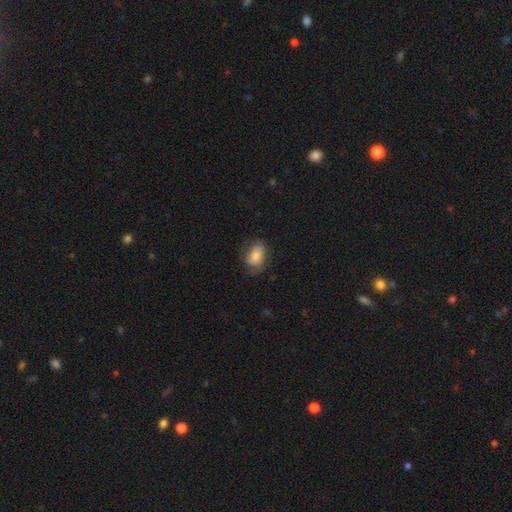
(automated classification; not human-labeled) Smooth or featured? smooth (71%)
How rounded? in between (83%)
Merging? none (59%)